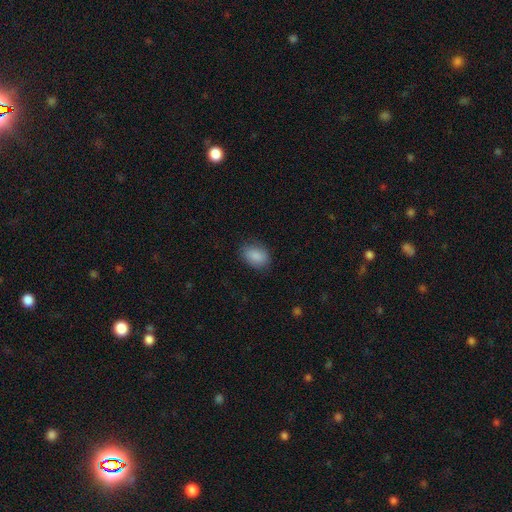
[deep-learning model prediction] The model was most divided on "how rounded": in between: 82%, round: 17%, cigar-shaped: 1%. More confident: smooth or featured — smooth (88%); merging — none (81%).